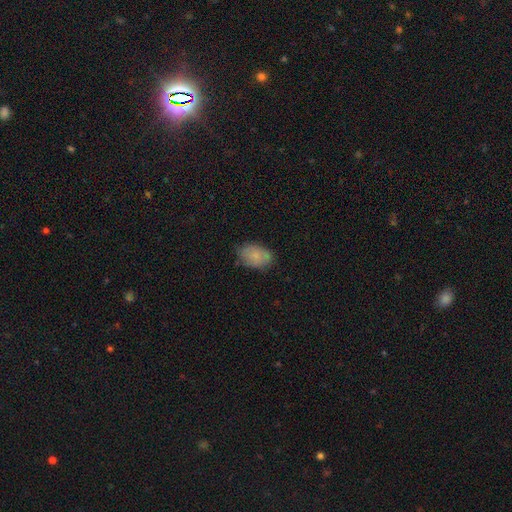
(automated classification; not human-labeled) smooth 79%, featured or disk 14%, star or artifact 7%. Down the decision tree: how rounded — in between (87%); merging — none (73%).